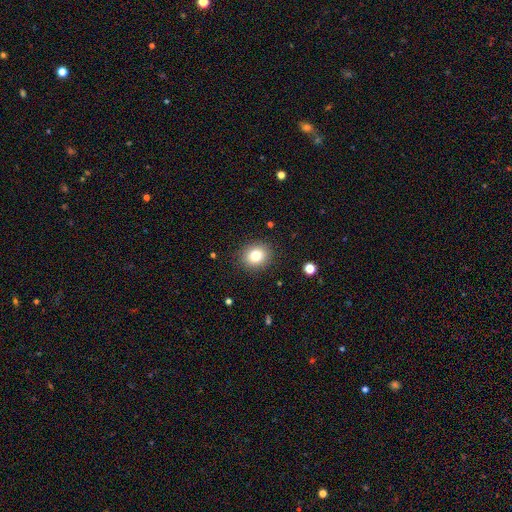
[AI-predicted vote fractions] smooth_or_featured: smooth (p=0.79) [alt: star or artifact p=0.12]
how_rounded: round (p=0.72) [alt: in between p=0.27]
merging: none (p=0.88) [alt: minor disturbance p=0.08]